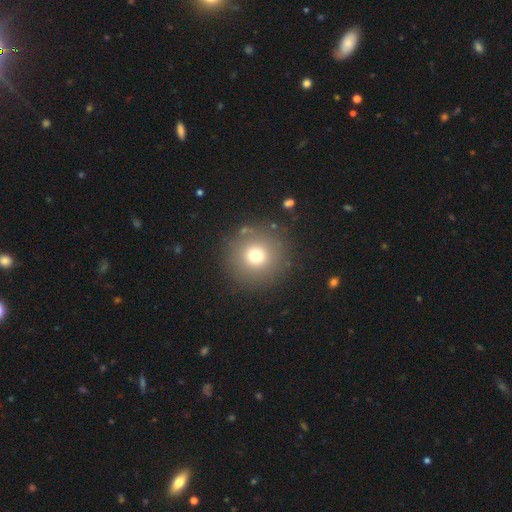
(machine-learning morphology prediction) type=smooth (74%); roundness=round (95%); merging=none (87%).